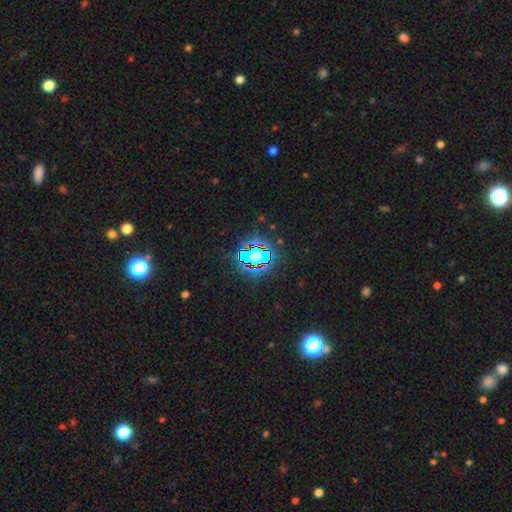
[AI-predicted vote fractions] smooth_or_featured: star or artifact (p=0.70) [alt: smooth p=0.18]